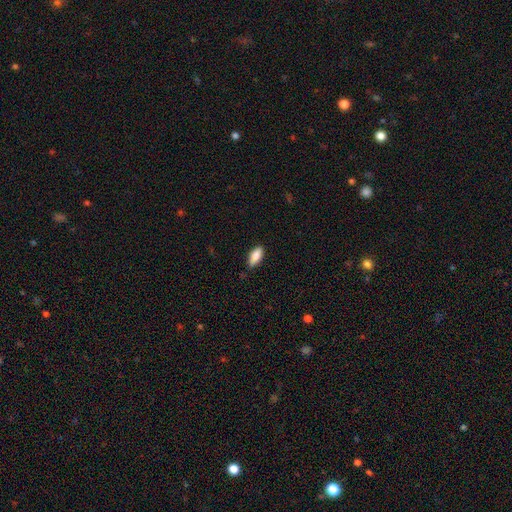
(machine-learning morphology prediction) smooth 87%, featured or disk 6%, star or artifact 6%. Down the decision tree: how rounded — in between (83%); merging — none (82%).